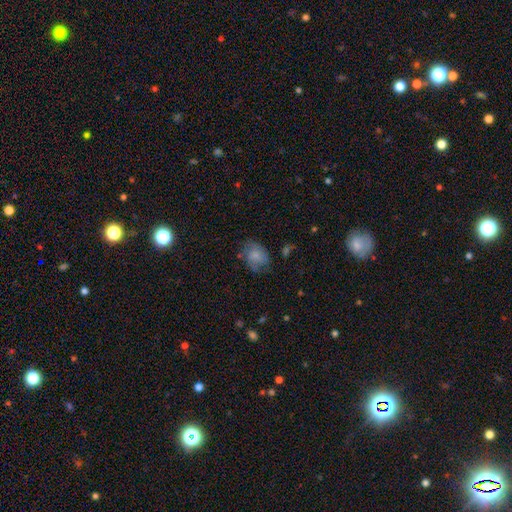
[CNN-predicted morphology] Smooth or featured? smooth (66%)
How rounded? in between (63%)
Merging? none (53%)